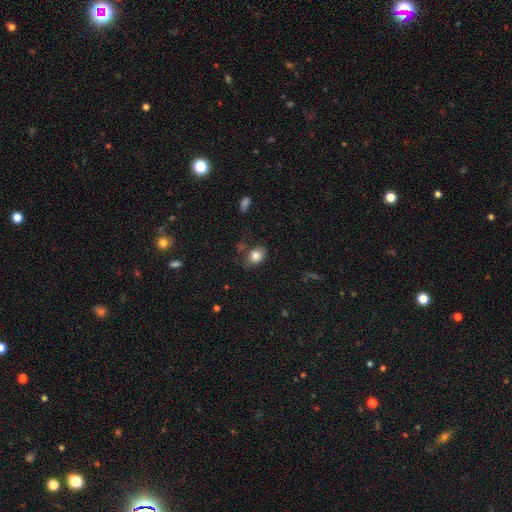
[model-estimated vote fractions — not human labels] Smooth or featured? Predicted: smooth (p=0.81). How rounded? Predicted: in between (p=0.70). Merging? Predicted: none (p=0.65).